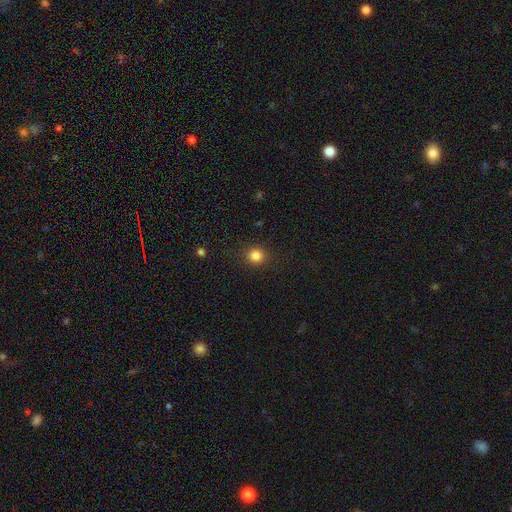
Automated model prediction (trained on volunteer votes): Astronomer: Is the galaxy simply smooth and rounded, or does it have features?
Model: smooth — 84%.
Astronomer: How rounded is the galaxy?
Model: round — 90%.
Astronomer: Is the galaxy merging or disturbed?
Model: none — 90%.